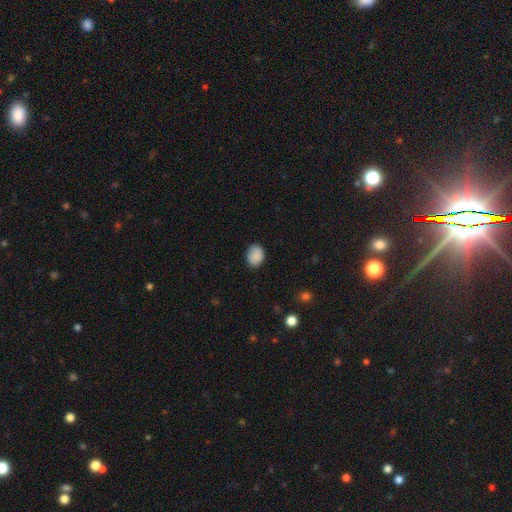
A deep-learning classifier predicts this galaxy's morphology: type=smooth (88%); roundness=in between (61%); merging=none (78%).